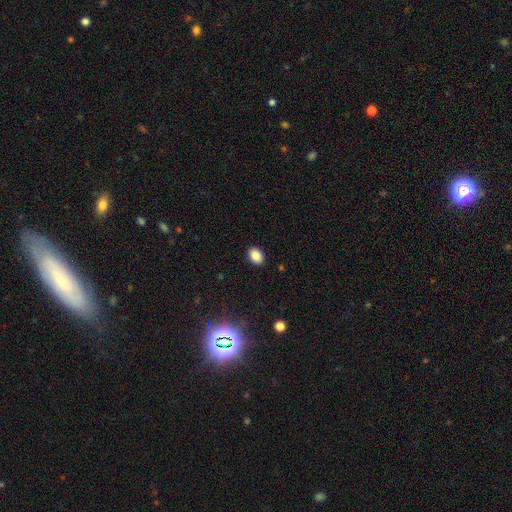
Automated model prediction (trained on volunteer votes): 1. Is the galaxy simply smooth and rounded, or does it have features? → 86% smooth, 10% star or artifact, 4% featured or disk.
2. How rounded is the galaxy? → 74% in between, 25% round, 1% cigar-shaped.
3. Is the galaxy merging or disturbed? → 90% none, 7% minor disturbance, 2% major disturbance, 1% merger.